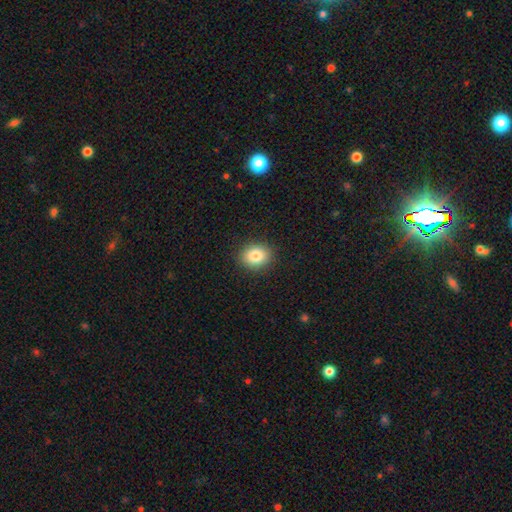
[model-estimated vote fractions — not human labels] Smooth or featured: smooth — 83% (star or artifact — 10%)
How rounded: round — 62% (in between — 37%)
Merging: none — 90% (minor disturbance — 7%)